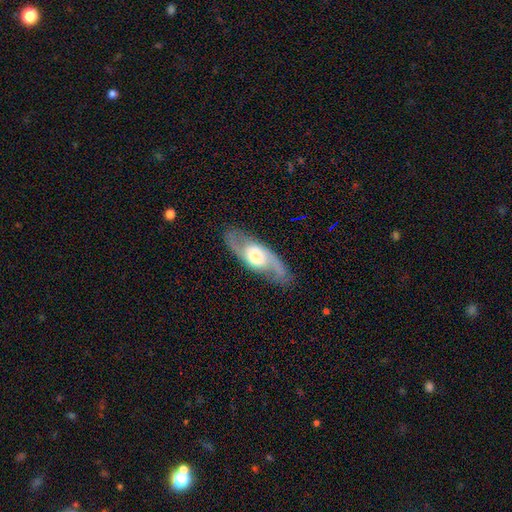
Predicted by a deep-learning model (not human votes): Smooth or featured? featured or disk (79%)
Edge-on disk? no (87%)
Bar? no (60%)
Spiral arms? yes (90%)
Spiral winding? medium (47%)
Spiral arm count? 2 (91%)
Bulge size? moderate (46%)
Merging? none (84%)